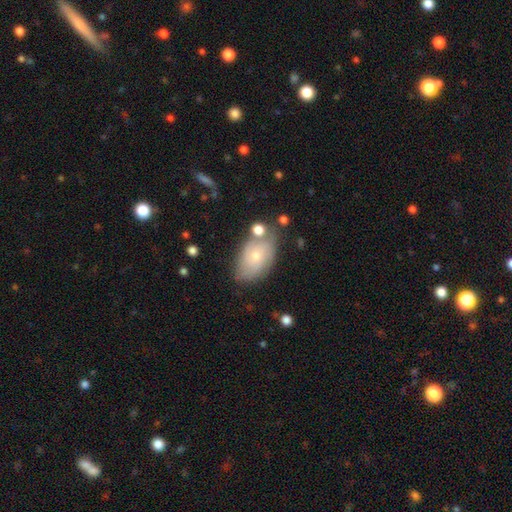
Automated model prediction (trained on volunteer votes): smooth_or_featured: smooth (p=0.54) [alt: featured or disk p=0.38]
how_rounded: in between (p=0.89) [alt: round p=0.09]
merging: none (p=0.57) [alt: minor disturbance p=0.23]